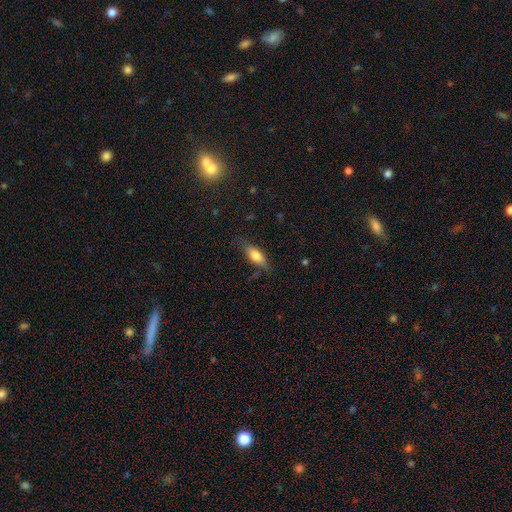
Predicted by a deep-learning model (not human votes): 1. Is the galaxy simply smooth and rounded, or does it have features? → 72% smooth, 21% featured or disk, 7% star or artifact.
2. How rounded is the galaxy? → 65% in between, 33% cigar-shaped, 3% round.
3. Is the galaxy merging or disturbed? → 76% none, 18% minor disturbance, 4% major disturbance, 2% merger.